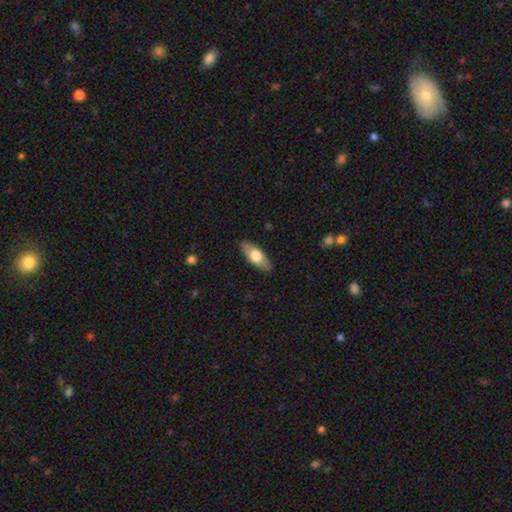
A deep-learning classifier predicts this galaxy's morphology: smooth 65%, featured or disk 30%, star or artifact 5%. Down the decision tree: how rounded — in between (80%); merging — none (86%).